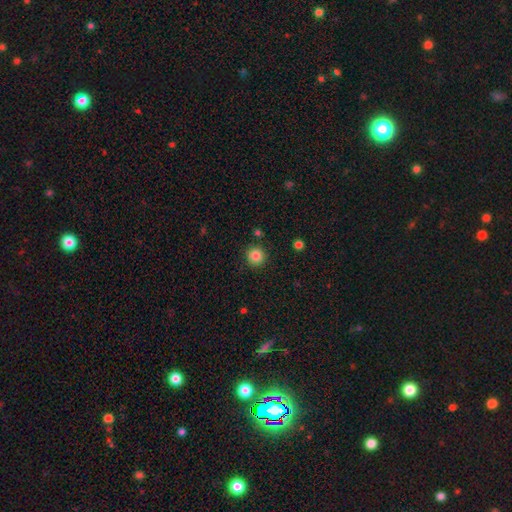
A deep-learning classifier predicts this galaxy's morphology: Overall: smooth (85%). How rounded: round (94%). Merging: none (89%).